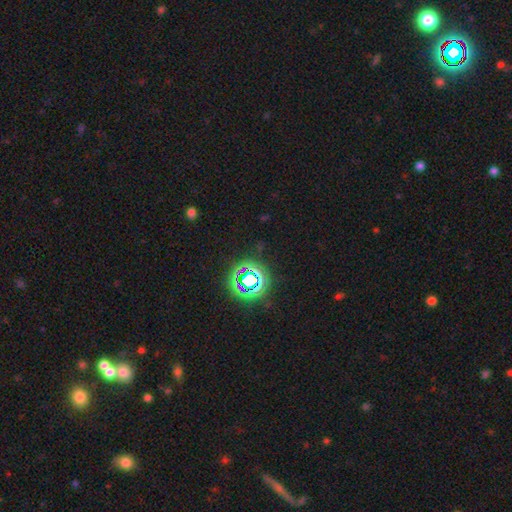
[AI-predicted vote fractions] Smooth or featured? star or artifact (75%)